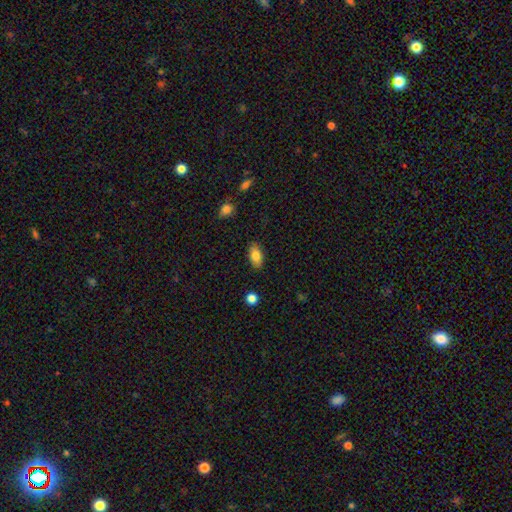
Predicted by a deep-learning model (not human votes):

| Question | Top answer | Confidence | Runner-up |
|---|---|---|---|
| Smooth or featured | smooth | 82% | featured or disk (11%) |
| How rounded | in between | 90% | cigar-shaped (6%) |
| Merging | none | 86% | minor disturbance (10%) |